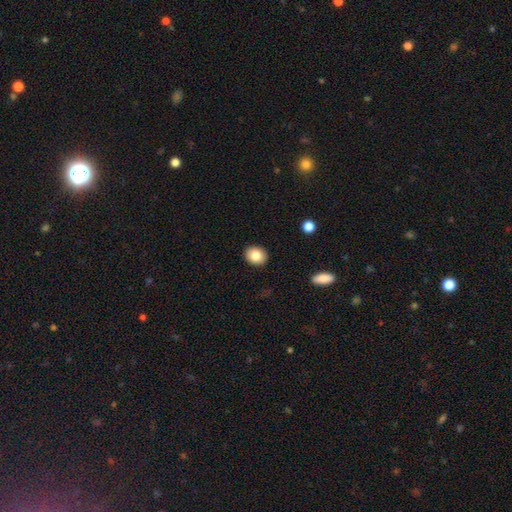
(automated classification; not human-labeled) This is clearly a smooth galaxy (84%). How rounded: possibly round (56%). Merging: clearly none (91%).